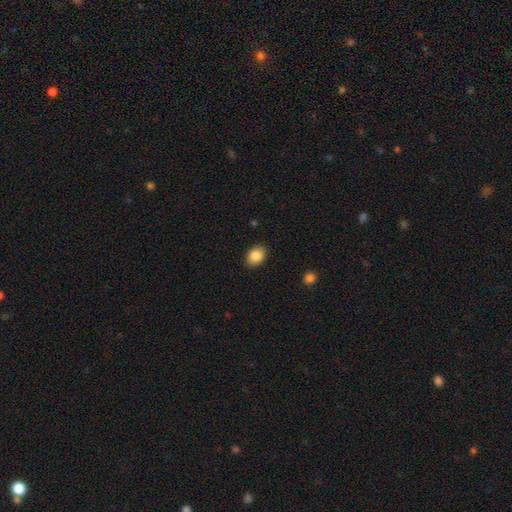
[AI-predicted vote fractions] The model was most divided on "how rounded": in between: 66%, round: 33%, cigar-shaped: 1%. More confident: merging — none (88%); smooth or featured — smooth (87%).